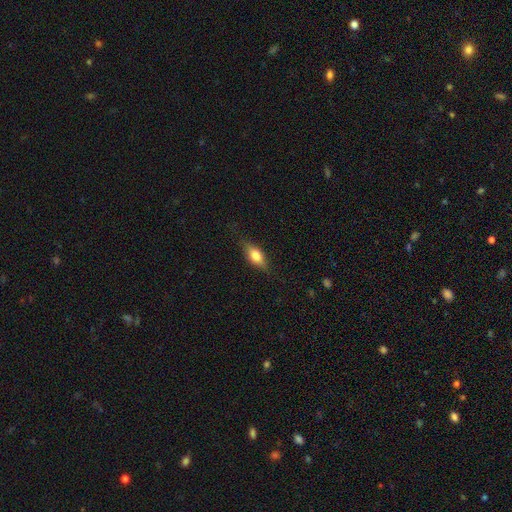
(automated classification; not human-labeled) Smooth or featured? Predicted: smooth (p=0.64). How rounded? Predicted: in between (p=0.77). Merging? Predicted: none (p=0.77).